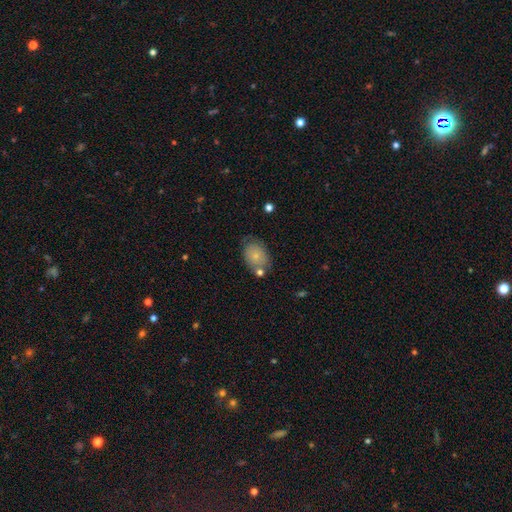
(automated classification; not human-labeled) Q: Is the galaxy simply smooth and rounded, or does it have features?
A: smooth — 73%.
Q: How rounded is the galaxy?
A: in between — 73%.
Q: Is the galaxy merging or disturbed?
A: none — 62%.